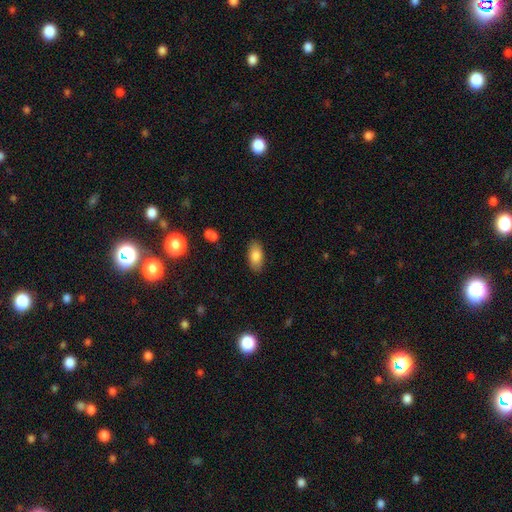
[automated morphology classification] smooth-or-featured: smooth: 83% | featured or disk: 9% | star or artifact: 7%
  how-rounded: in between: 92% | cigar-shaped: 5% | round: 3%
  merging: none: 86% | minor disturbance: 10% | major disturbance: 2% | merger: 1%